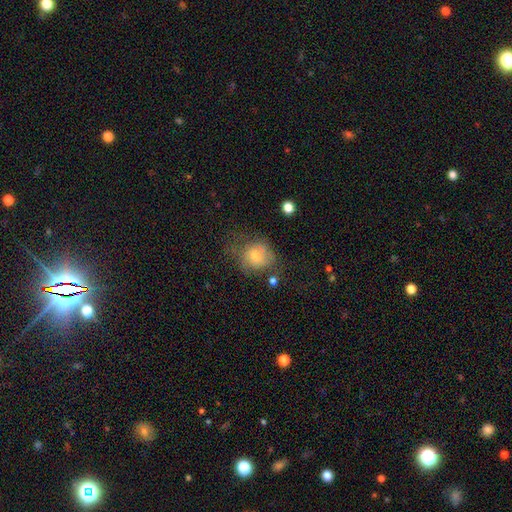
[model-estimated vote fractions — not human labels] Smooth or featured? smooth (61%)
How rounded? round (70%)
Merging? none (48%)